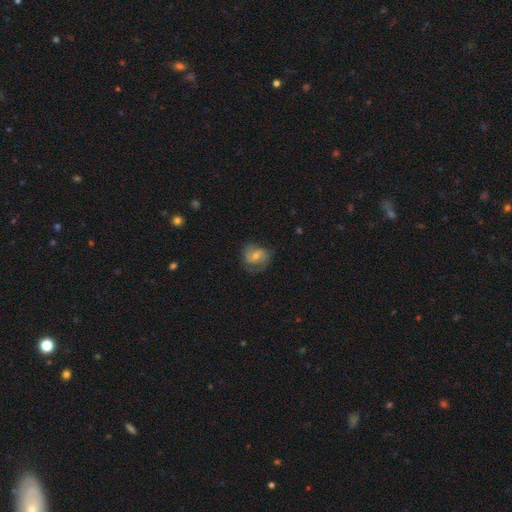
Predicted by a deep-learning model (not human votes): The model was most divided on "bar": no: 46%, weak: 43%, strong: 12%. Remaining: edge-on disk — no (97%); spiral arms — yes (85%); merging — none (70%); spiral arm count — 2 (65%); smooth or featured — featured or disk (61%); bulge size — moderate (51%); spiral winding — medium (43%).